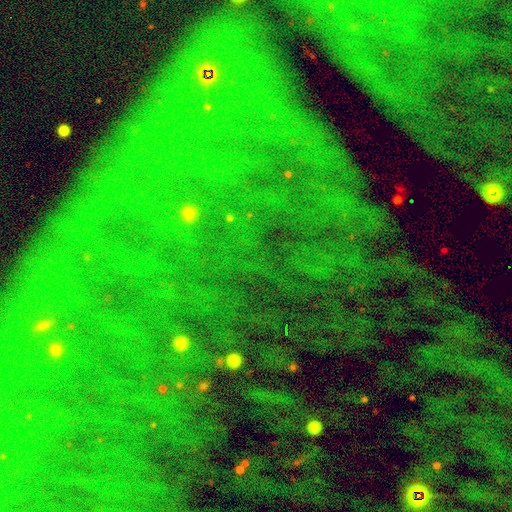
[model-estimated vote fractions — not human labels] Smooth or featured? star or artifact (84%)